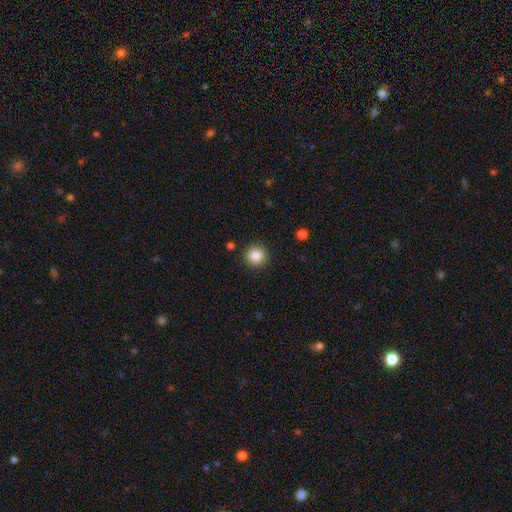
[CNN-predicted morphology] Q: Smooth or featured?
A: smooth (84%); runner-up: star or artifact (10%)
Q: How rounded?
A: round (95%); runner-up: in between (4%)
Q: Merging?
A: none (91%); runner-up: minor disturbance (6%)